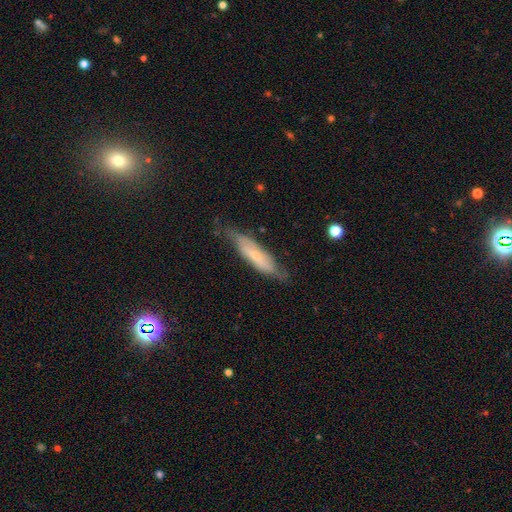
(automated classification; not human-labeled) This appears to be a featured or disk galaxy (50%). Merging: none (65%).